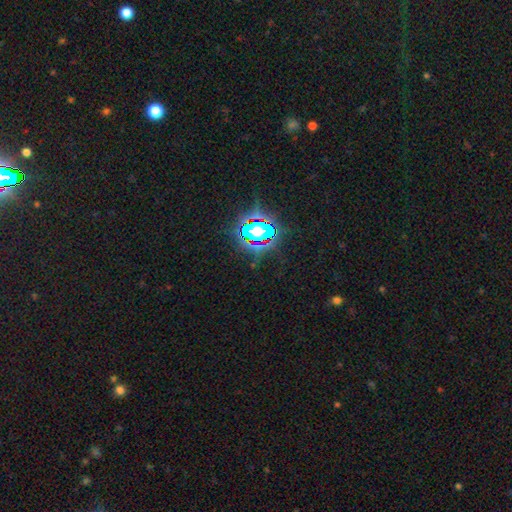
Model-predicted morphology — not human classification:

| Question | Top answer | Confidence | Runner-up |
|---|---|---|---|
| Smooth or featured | star or artifact | 74% | smooth (15%) |